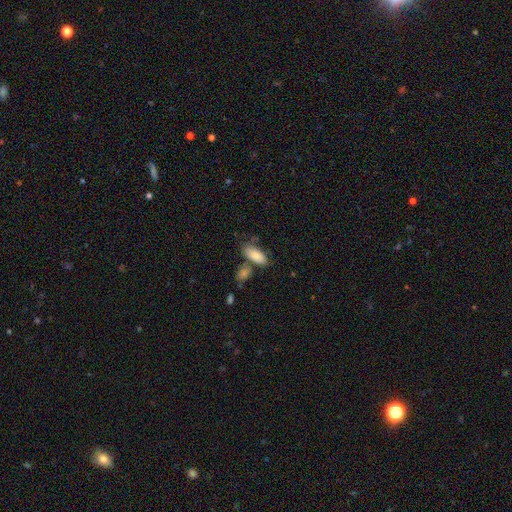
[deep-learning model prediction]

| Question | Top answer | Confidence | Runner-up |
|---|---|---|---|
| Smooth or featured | smooth | 84% | featured or disk (9%) |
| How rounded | in between | 87% | cigar-shaped (10%) |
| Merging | none | 55% | merger (21%) |